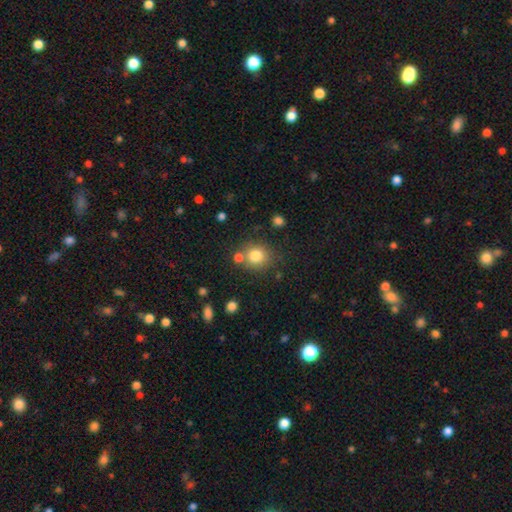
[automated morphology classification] smooth 81%, star or artifact 12%, featured or disk 8%. Down the decision tree: how rounded — round (84%); merging — none (71%).